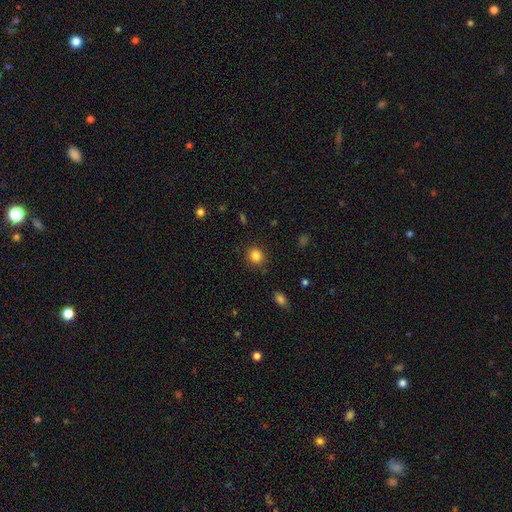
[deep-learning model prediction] A smooth galaxy with no disk features (84%) that is round (83%).

Vote fractions:
- Smooth or featured? smooth: 84% / star or artifact: 11% / featured or disk: 5%
- How rounded? round: 83% / in between: 16% / cigar-shaped: 1%
- Merging? none: 88% / minor disturbance: 8% / major disturbance: 3% / merger: 2%